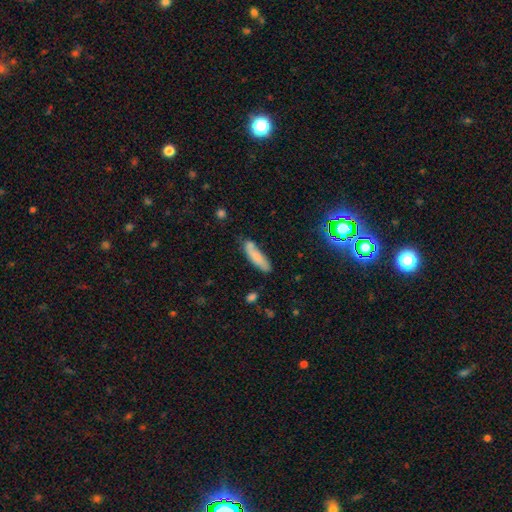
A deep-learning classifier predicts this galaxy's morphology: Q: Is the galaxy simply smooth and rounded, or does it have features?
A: smooth — 75%.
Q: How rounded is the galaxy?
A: cigar-shaped — 66%.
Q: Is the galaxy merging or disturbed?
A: none — 65%.